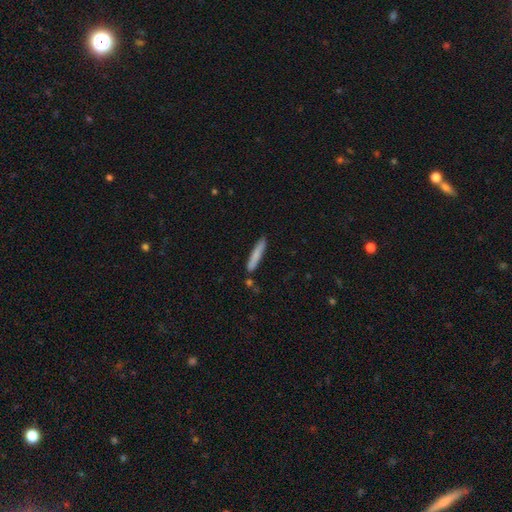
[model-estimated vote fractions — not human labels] Overall: smooth (78%). How rounded: cigar-shaped (93%). Merging: none (83%).